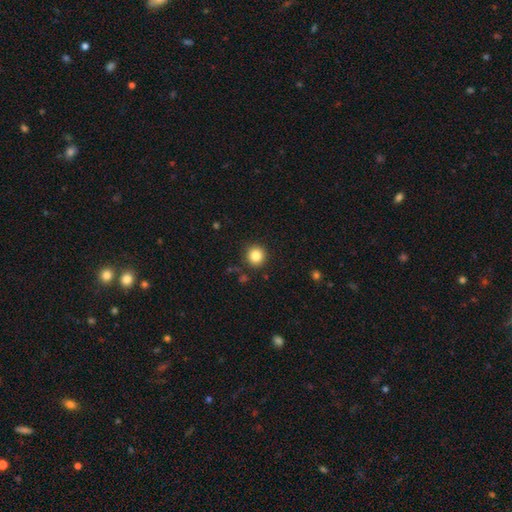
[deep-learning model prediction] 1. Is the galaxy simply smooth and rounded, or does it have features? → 84% smooth, 11% star or artifact, 5% featured or disk.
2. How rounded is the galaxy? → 93% round, 6% in between, 1% cigar-shaped.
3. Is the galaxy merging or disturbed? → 90% none, 6% minor disturbance, 2% major disturbance, 2% merger.